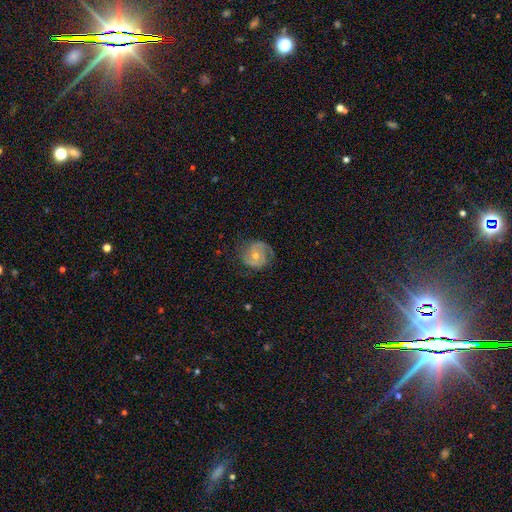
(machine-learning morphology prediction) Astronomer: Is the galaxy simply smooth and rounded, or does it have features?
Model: featured or disk — 71%.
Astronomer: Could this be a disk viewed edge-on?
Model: no — 98%.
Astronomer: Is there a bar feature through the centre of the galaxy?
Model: no — 73%.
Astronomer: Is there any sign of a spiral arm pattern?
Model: yes — 91%.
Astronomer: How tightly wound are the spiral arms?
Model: tight — 45% (runner-up: medium, 40%).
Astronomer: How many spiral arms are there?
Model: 2 — 67%.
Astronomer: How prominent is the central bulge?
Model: moderate — 54% (runner-up: small, 42%).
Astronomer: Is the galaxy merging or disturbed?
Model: none — 69%.